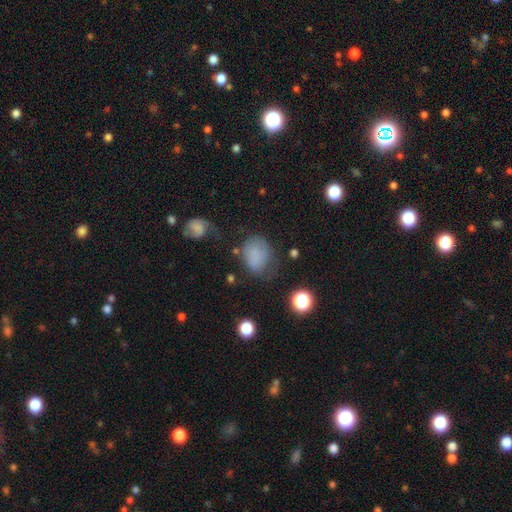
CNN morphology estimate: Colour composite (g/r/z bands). It shows a smooth galaxy with no disk features (72%) that is in between round and cigar-shaped (58%). Merging: none (47%).